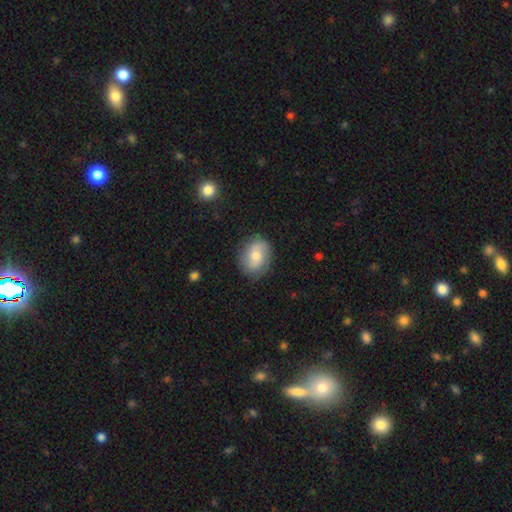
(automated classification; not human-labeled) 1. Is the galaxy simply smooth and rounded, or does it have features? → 52% smooth, 41% featured or disk, 7% star or artifact.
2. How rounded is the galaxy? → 54% in between, 45% round, 1% cigar-shaped.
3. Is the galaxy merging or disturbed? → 79% none, 15% minor disturbance, 4% major disturbance, 1% merger.